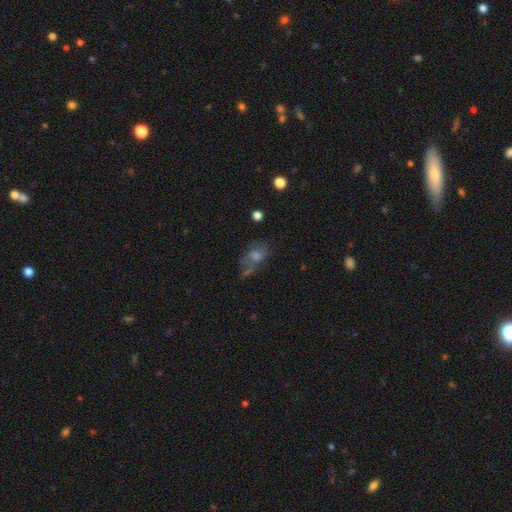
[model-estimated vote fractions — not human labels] Morphology: type=smooth (43%); merging=none (44%).